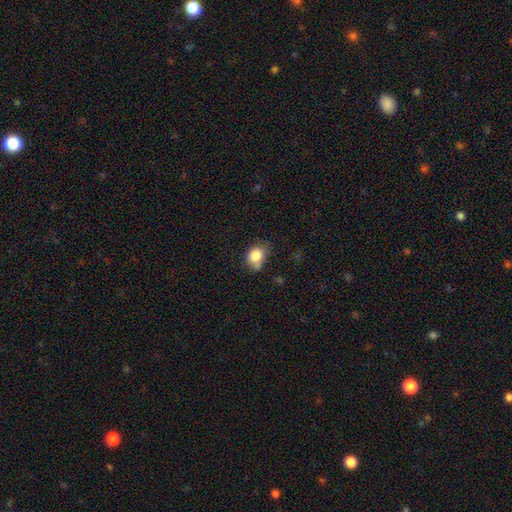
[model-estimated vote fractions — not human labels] Smooth or featured?
  - smooth: 82% *
  - star or artifact: 9%
  - featured or disk: 9%
How rounded?
  - round: 51% *
  - in between: 48%
  - cigar-shaped: 1%
Merging?
  - none: 50% *
  - minor disturbance: 30%
  - merger: 11%
  - major disturbance: 8%